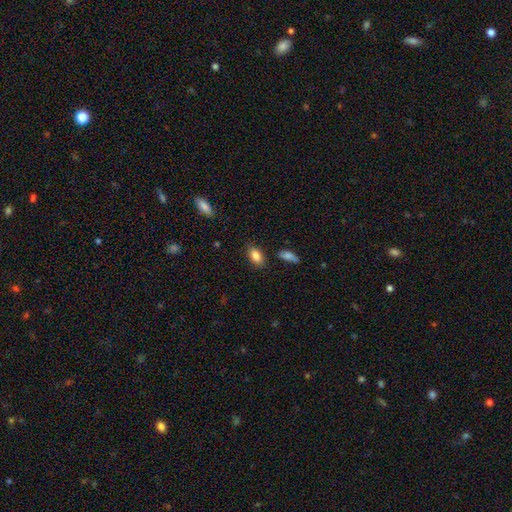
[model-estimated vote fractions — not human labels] A smooth galaxy with no disk features (86%) that is in between round and cigar-shaped (88%). Merging: none (83%).